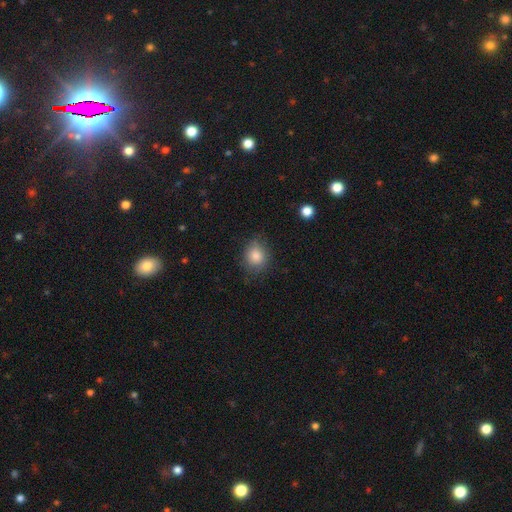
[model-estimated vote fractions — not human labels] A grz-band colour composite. It shows a smooth galaxy with no disk features (83%) that is round (65%). Merging: none (75%).